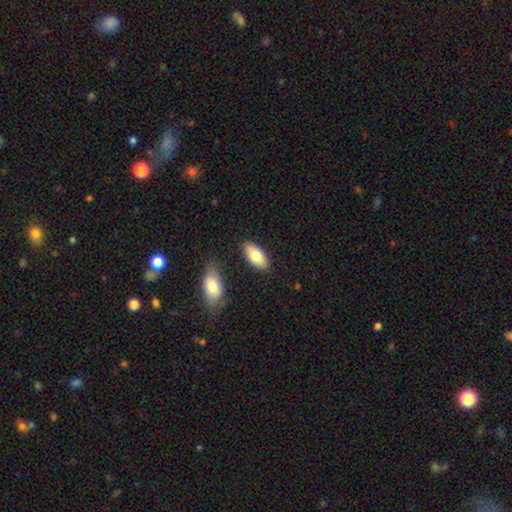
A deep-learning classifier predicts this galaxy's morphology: The model was most divided on "smooth or featured": smooth: 78%, featured or disk: 16%, star or artifact: 6%. More confident: how rounded — in between (90%); merging — none (84%).